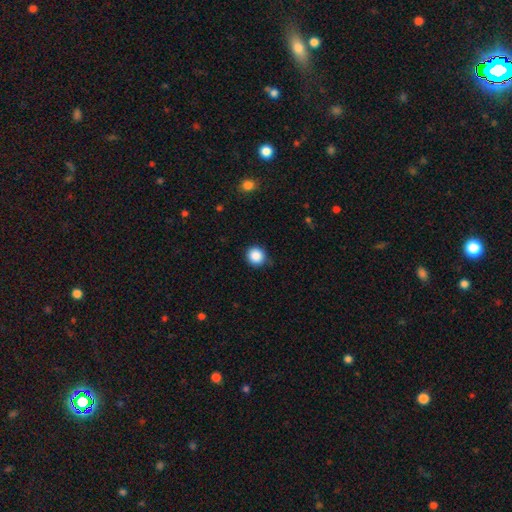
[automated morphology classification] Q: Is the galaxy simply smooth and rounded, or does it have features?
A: smooth — 88%.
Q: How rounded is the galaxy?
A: round — 93%.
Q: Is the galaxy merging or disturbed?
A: none — 86%.